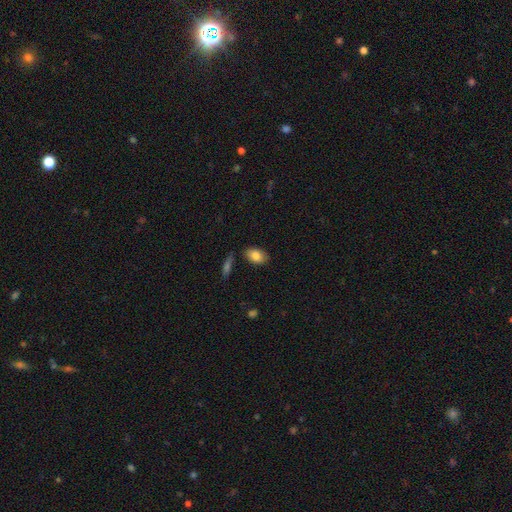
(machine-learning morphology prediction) A smooth galaxy with no disk features (84%) that is in between round and cigar-shaped (90%). Merging: none (81%).